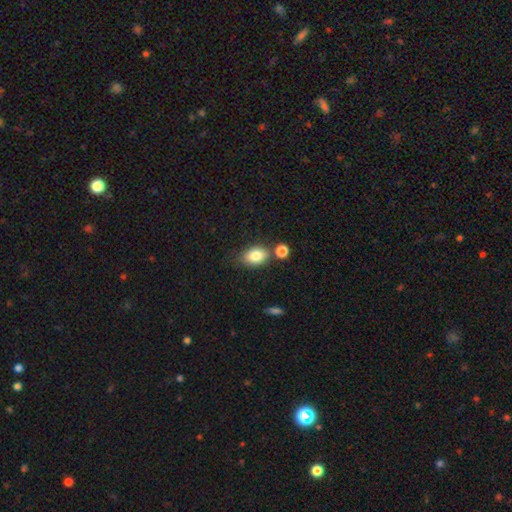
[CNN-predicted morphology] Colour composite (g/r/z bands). It shows a smooth galaxy with no disk features (82%) that is in between round and cigar-shaped (82%). Merging: none (67%).